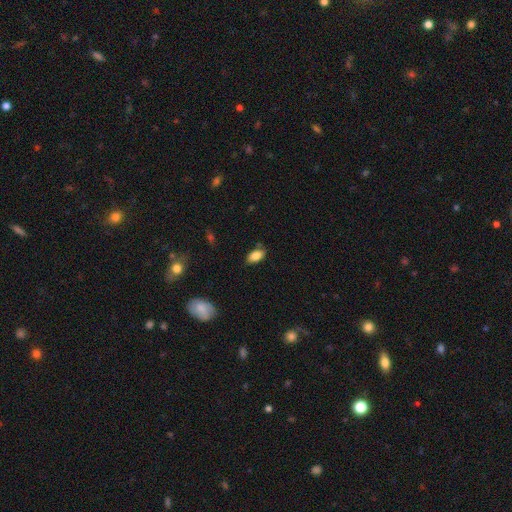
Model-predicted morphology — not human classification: This is clearly a smooth galaxy (85%). How rounded: clearly in between (92%). Merging: clearly none (80%).